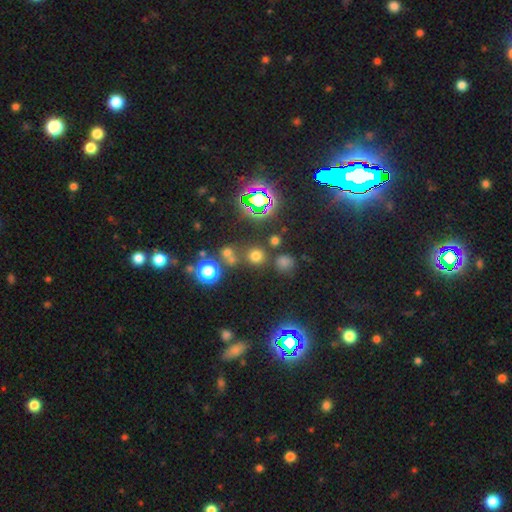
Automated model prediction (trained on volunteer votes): A smooth galaxy with no disk features (62%) that is round (89%).

Vote fractions:
- Smooth or featured? smooth: 62% / star or artifact: 31% / featured or disk: 7%
- How rounded? round: 89% / in between: 10% / cigar-shaped: 1%
- Merging? none: 76% / merger: 12% / minor disturbance: 8% / major disturbance: 4%